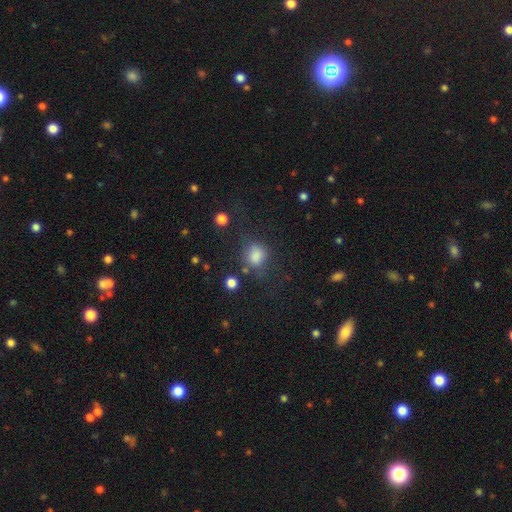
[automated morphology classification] type=smooth (79%); roundness=round (66%); merging=none (56%).